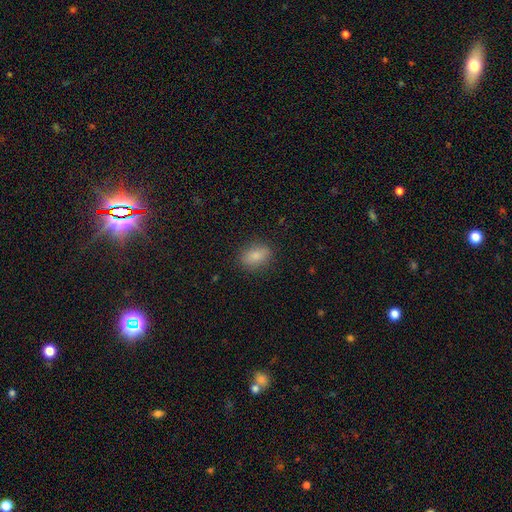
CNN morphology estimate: A smooth galaxy with no disk features (82%) that is in between round and cigar-shaped (82%).

Vote fractions:
- Smooth or featured? smooth: 82% / featured or disk: 10% / star or artifact: 8%
- How rounded? in between: 82% / round: 15% / cigar-shaped: 3%
- Merging? none: 84% / minor disturbance: 12% / major disturbance: 3% / merger: 1%